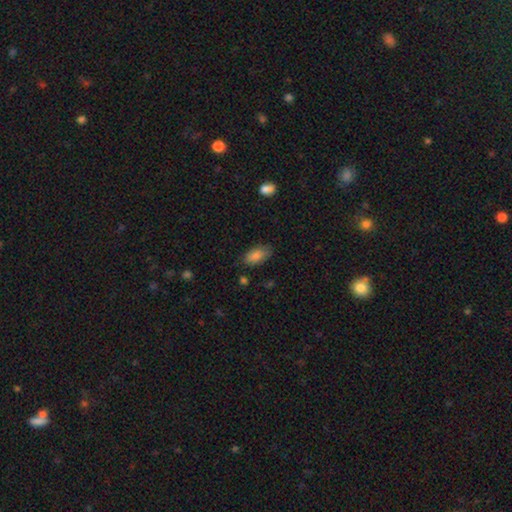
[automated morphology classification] smooth 84%, featured or disk 9%, star or artifact 8%. Down the decision tree: how rounded — in between (91%); merging — none (76%).